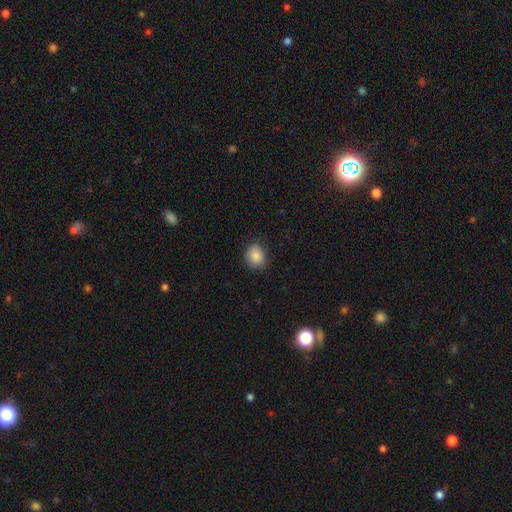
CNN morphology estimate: The model was most divided on "how rounded": round: 57%, in between: 42%, cigar-shaped: 1%. More confident: smooth or featured — smooth (88%); merging — none (80%).